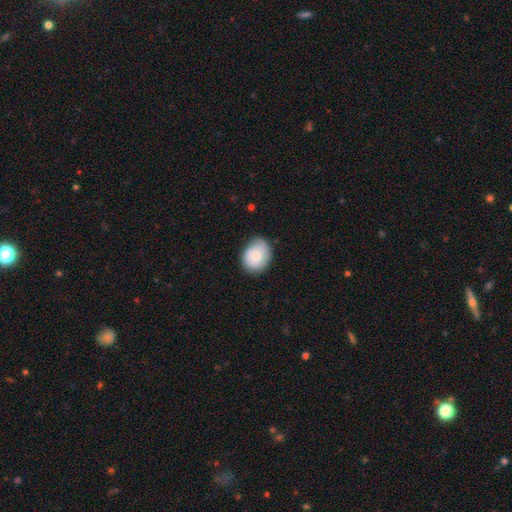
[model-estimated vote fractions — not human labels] Morphology: type=smooth (70%); roundness=in between (50%); merging=none (69%).